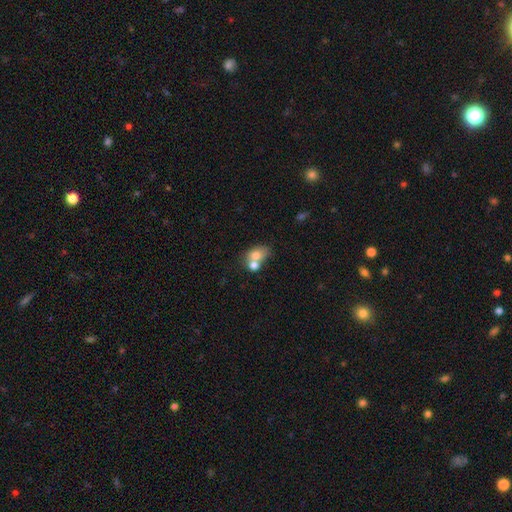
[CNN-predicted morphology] Smooth or featured? smooth (70%)
How rounded? in between (63%)
Merging? merger (58%)